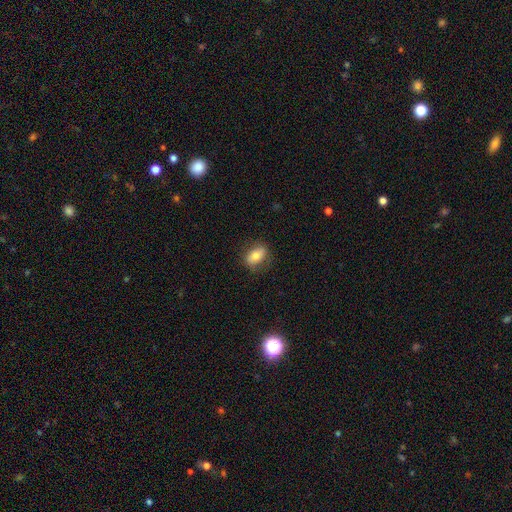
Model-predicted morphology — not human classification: A smooth galaxy with no disk features (71%) that is in between round and cigar-shaped (83%). Merging: none (79%).